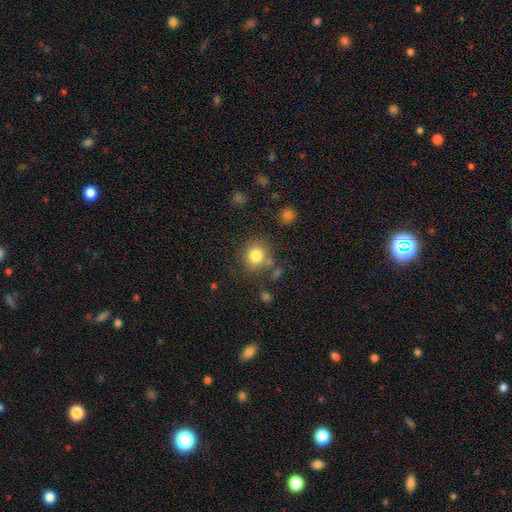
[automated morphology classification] type=smooth (82%); roundness=round (86%); merging=none (76%).